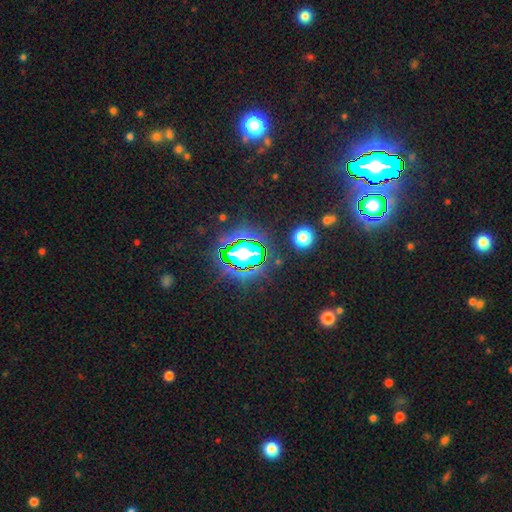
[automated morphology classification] star or artifact 81%, smooth 11%, featured or disk 8%.